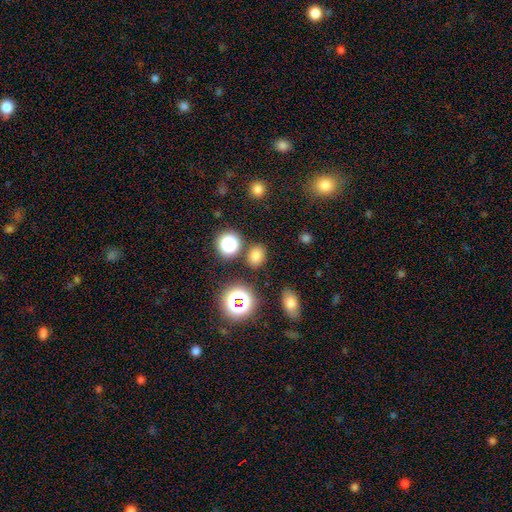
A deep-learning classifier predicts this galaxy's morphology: smooth 74%, star or artifact 20%, featured or disk 6%. Down the decision tree: how rounded — in between (56%); merging — none (83%).